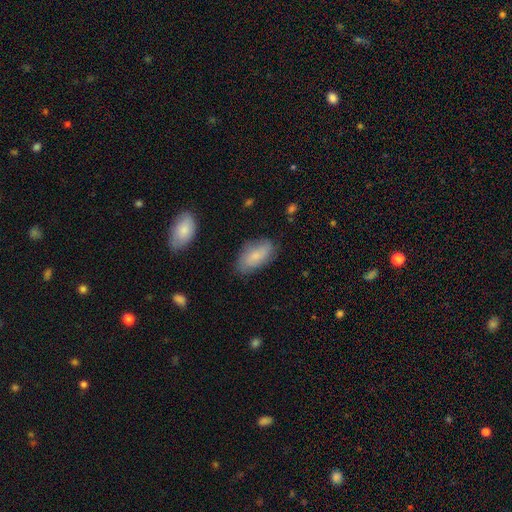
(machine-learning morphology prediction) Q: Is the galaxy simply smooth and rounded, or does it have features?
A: smooth — 76%.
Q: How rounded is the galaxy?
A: in between — 91%.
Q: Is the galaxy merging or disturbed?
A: none — 77%.